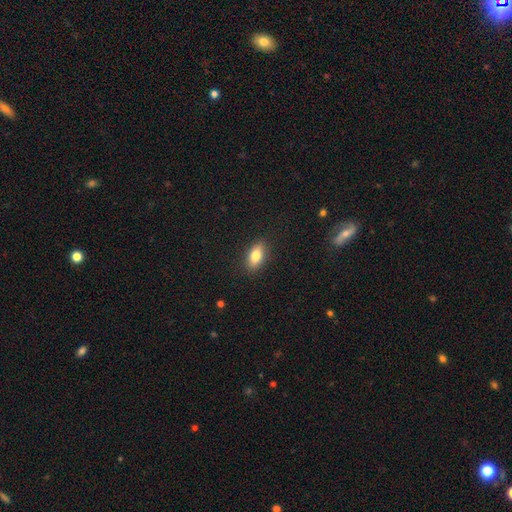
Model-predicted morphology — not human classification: The model was most divided on "smooth or featured": smooth: 75%, featured or disk: 17%, star or artifact: 8%. More confident: merging — none (87%); how rounded — in between (82%).